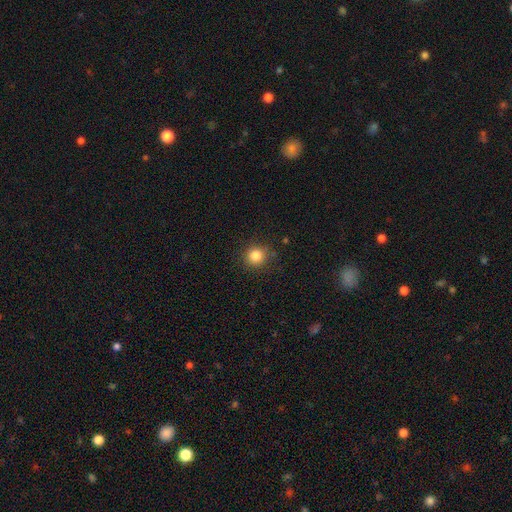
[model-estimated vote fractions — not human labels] A smooth galaxy with no disk features (84%) that is round (92%).

Vote fractions:
- Smooth or featured? smooth: 84% / star or artifact: 12% / featured or disk: 5%
- How rounded? round: 92% / in between: 7% / cigar-shaped: 1%
- Merging? none: 87% / minor disturbance: 9% / major disturbance: 3% / merger: 1%